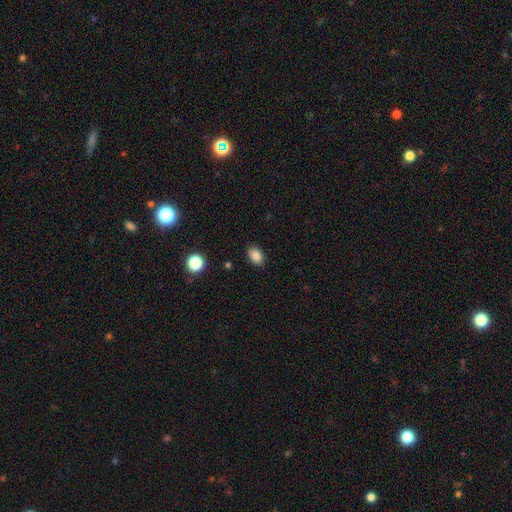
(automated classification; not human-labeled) A smooth galaxy with no disk features (85%) that is in between round and cigar-shaped (80%). Merging: none (88%).